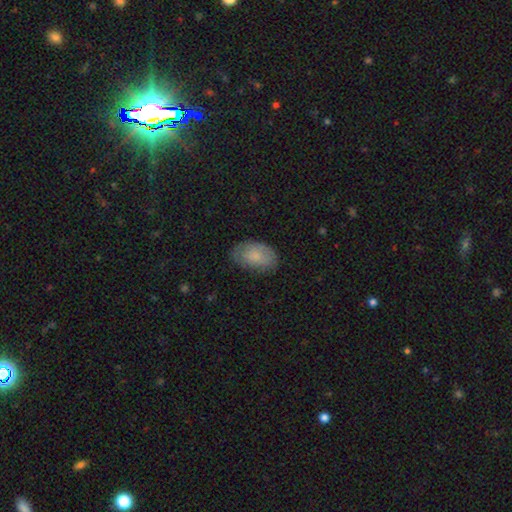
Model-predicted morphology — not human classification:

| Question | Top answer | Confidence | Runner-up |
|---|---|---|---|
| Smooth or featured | smooth | 76% | featured or disk (17%) |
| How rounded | in between | 93% | round (6%) |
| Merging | none | 76% | minor disturbance (19%) |